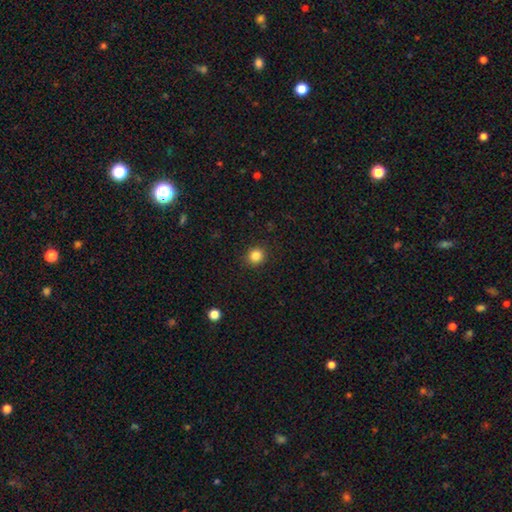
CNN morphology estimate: Q: Smooth or featured?
A: smooth (85%); runner-up: star or artifact (11%)
Q: How rounded?
A: round (87%); runner-up: in between (12%)
Q: Merging?
A: none (91%); runner-up: minor disturbance (6%)